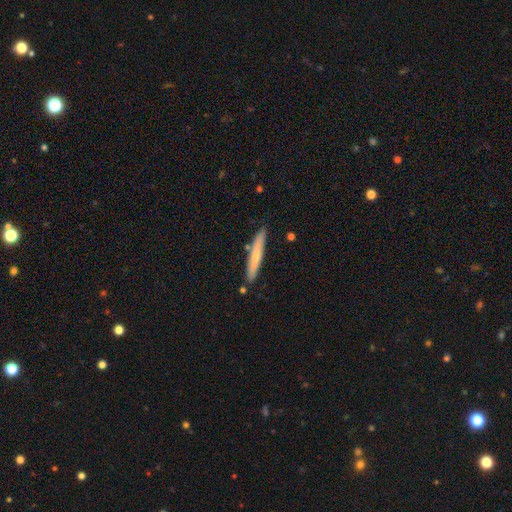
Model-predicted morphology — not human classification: Smooth or featured? Predicted: smooth (p=0.63). How rounded? Predicted: cigar-shaped (p=0.95). Merging? Predicted: none (p=0.84).